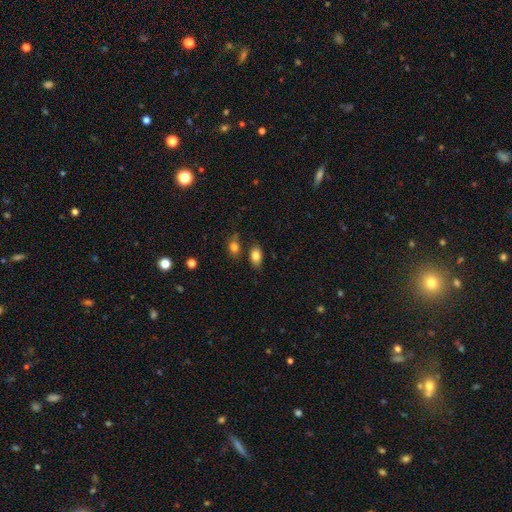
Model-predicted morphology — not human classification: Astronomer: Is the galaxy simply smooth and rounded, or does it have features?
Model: smooth — 83%.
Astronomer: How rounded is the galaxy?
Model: in between — 88%.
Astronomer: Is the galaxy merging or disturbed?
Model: none — 75%.